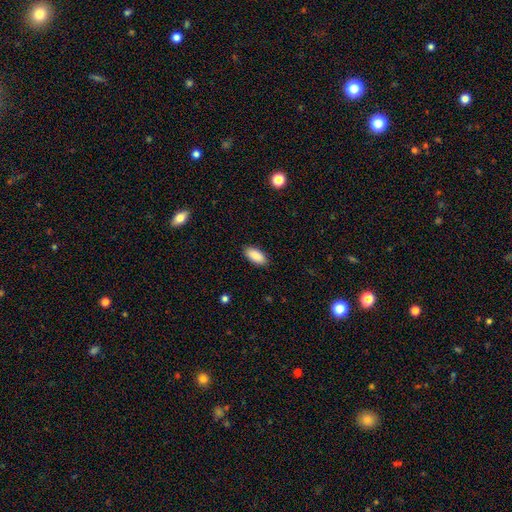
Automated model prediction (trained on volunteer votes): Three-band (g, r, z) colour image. It shows a smooth galaxy with no disk features (90%) that is in between round and cigar-shaped (91%). Merging: none (89%).